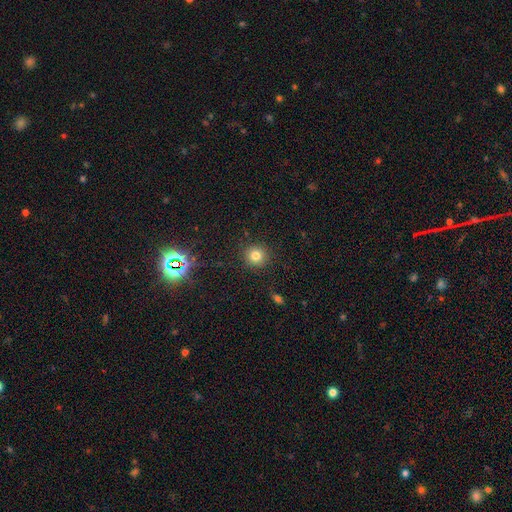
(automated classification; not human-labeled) This is likely a smooth galaxy (78%). How rounded: clearly round (93%). Merging: clearly none (90%).